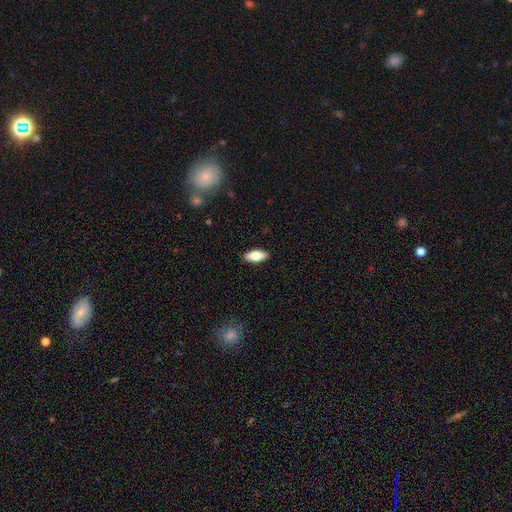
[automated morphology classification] Smooth or featured?
  - smooth: 72% *
  - featured or disk: 21%
  - star or artifact: 6%
How rounded?
  - in between: 82% *
  - cigar-shaped: 15%
  - round: 3%
Merging?
  - none: 90% *
  - minor disturbance: 7%
  - major disturbance: 2%
  - merger: 1%